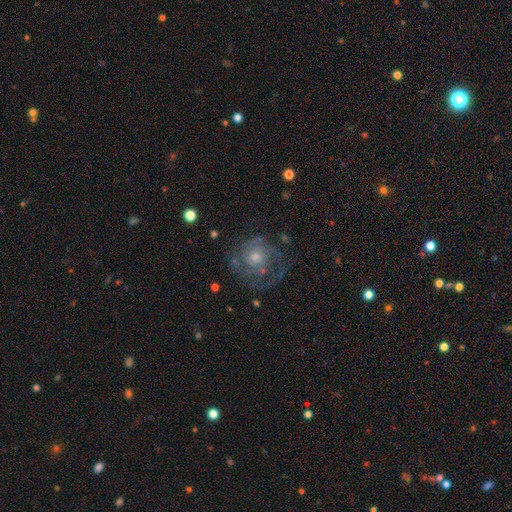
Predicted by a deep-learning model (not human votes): smooth_or_featured: featured or disk (p=0.74) [alt: smooth p=0.17]
disk_edge_on: no (p=0.98) [alt: yes p=0.02]
bar: no (p=0.81) [alt: weak p=0.17]
has_spiral_arms: yes (p=0.82) [alt: no p=0.18]
spiral_winding: tight (p=0.54) [alt: medium p=0.33]
spiral_arm_count: can't tell (p=0.41) [alt: 2 p=0.25]
bulge_size: small (p=0.47) [alt: moderate p=0.44]
merging: none (p=0.60) [alt: major disturbance p=0.20]